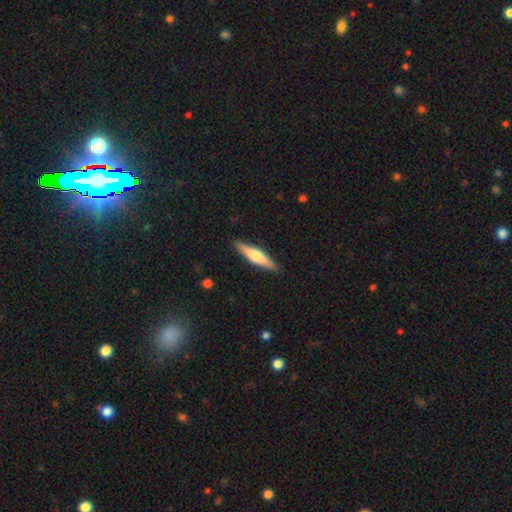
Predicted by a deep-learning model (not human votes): The model was most divided on "smooth or featured": smooth: 56%, featured or disk: 39%, star or artifact: 5%. More confident: merging — none (89%); how rounded — cigar-shaped (81%).